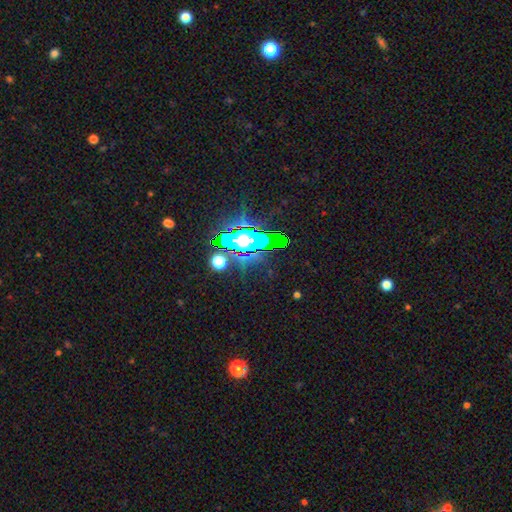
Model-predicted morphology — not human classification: A star or artifact, not a galaxy (60%).